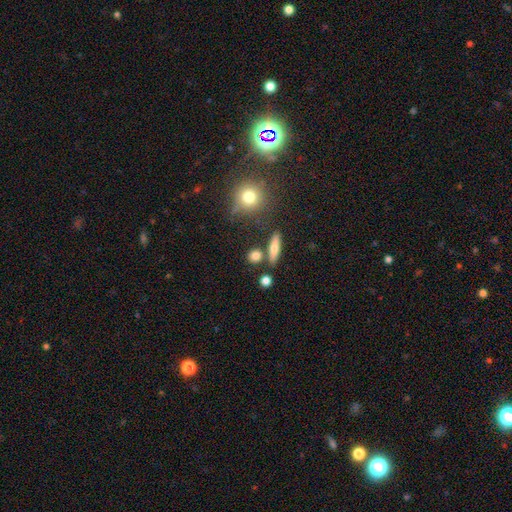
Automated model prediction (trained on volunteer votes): smooth_or_featured: smooth (p=0.78) [alt: featured or disk p=0.11]
how_rounded: round (p=0.71) [alt: in between p=0.18]
merging: none (p=0.76) [alt: merger p=0.11]